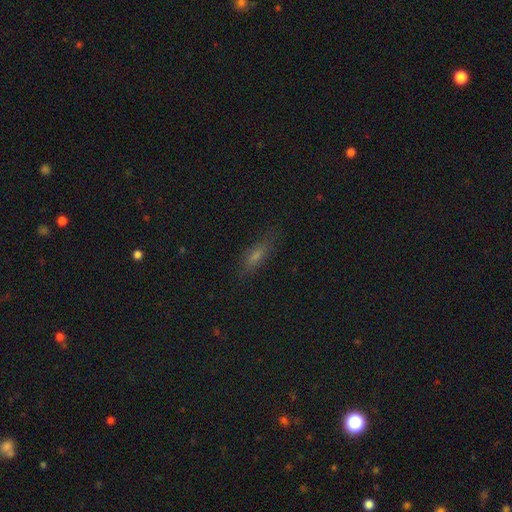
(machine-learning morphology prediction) Smooth or featured? smooth (54%)
How rounded? cigar-shaped (52%)
Merging? none (81%)